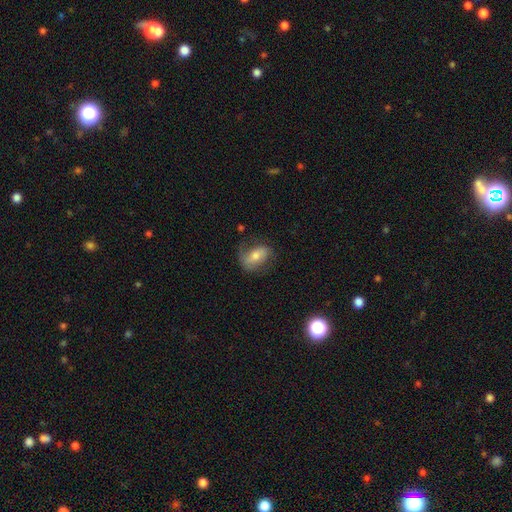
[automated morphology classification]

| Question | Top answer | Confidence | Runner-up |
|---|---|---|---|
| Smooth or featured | featured or disk | 54% | smooth (38%) |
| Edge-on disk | no | 94% | yes (6%) |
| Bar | no | 39% | weak (33%) |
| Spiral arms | yes | 80% | no (20%) |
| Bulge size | moderate | 61% | small (30%) |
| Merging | none | 62% | minor disturbance (23%) |